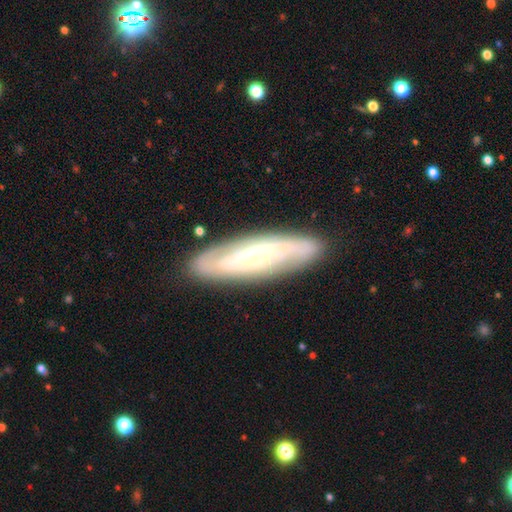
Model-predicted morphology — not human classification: smooth-or-featured: featured or disk: 68% | smooth: 26% | star or artifact: 6%
  disk-edge-on: no: 71% | yes: 29%
  merging: none: 87% | minor disturbance: 10% | major disturbance: 2% | merger: 1%